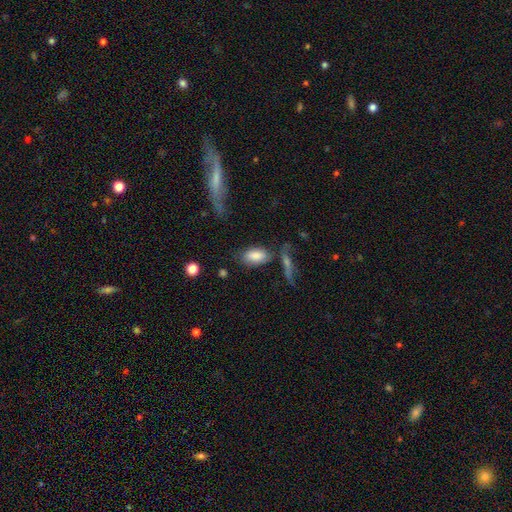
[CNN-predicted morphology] The model was most divided on "merging": none: 60%, minor disturbance: 20%, merger: 12%, major disturbance: 9%. More confident: how rounded — in between (92%); smooth or featured — smooth (82%).